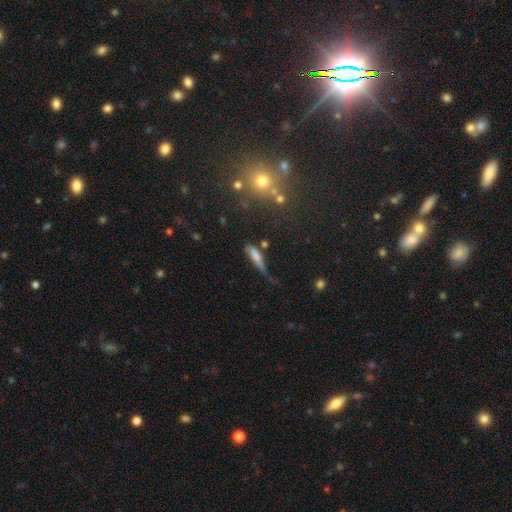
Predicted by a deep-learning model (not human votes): smooth_or_featured: smooth (p=0.66) [alt: featured or disk p=0.24]
how_rounded: cigar-shaped (p=0.70) [alt: in between p=0.27]
merging: none (p=0.32) [alt: minor disturbance p=0.31]